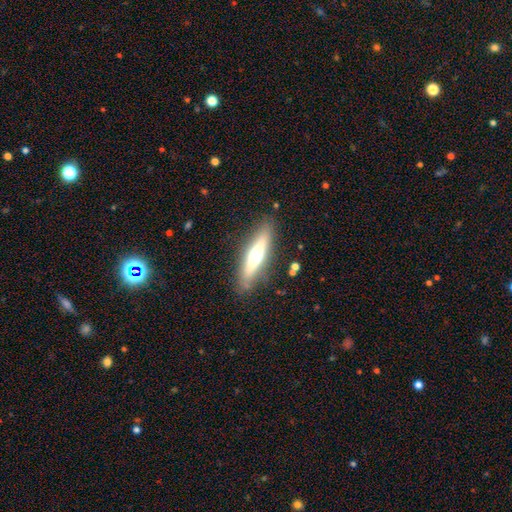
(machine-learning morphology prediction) A featured or disk galaxy (50%) viewed edge-on (86%).

Vote fractions:
- Smooth or featured? featured or disk: 50% / smooth: 42% / star or artifact: 7%
- Edge-on disk? yes: 86% / no: 14%
- Merging? none: 84% / minor disturbance: 11% / major disturbance: 3% / merger: 2%